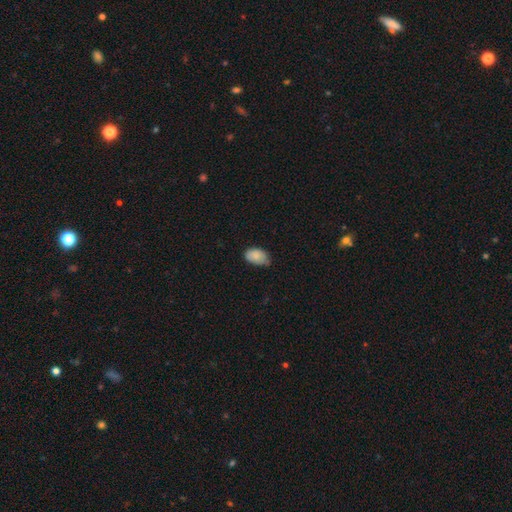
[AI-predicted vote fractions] smooth-or-featured: smooth: 85% | star or artifact: 8% | featured or disk: 7%
  how-rounded: in between: 90% | round: 9% | cigar-shaped: 1%
  merging: none: 51% | minor disturbance: 42% | major disturbance: 6% | merger: 2%